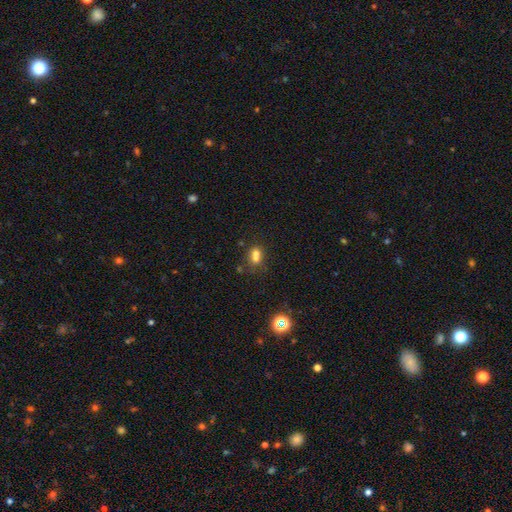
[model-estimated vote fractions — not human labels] smooth 66%, star or artifact 19%, featured or disk 15%. Down the decision tree: how rounded — in between (52%); merging — merger (46%).